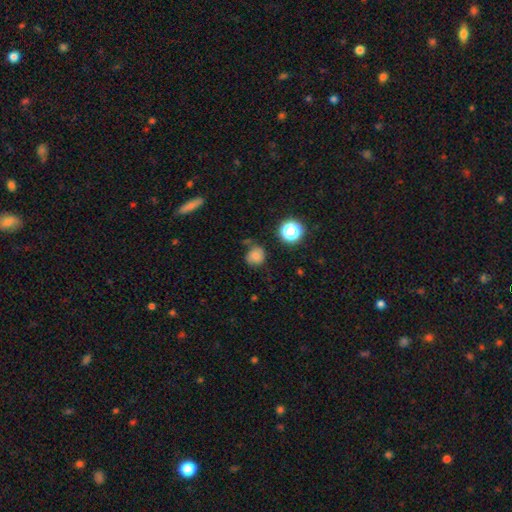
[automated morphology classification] Overall: smooth (77%). How rounded: round (85%). Merging: none (65%).